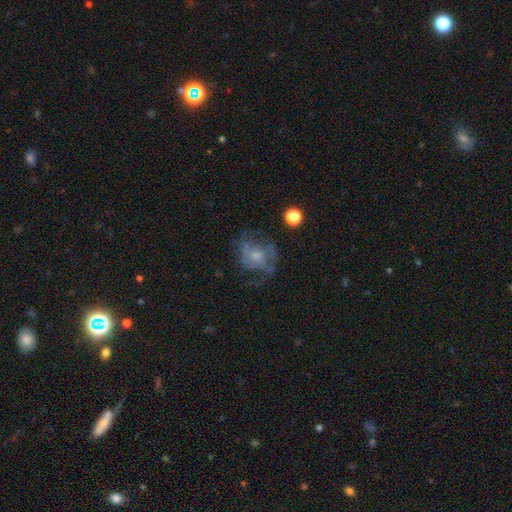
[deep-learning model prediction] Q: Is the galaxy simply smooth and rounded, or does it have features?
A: featured or disk — 49%.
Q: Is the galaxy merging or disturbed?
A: none — 46%.